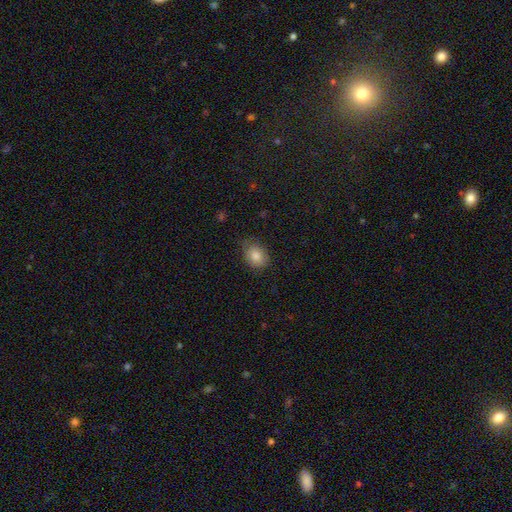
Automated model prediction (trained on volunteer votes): Smooth or featured?
  - smooth: 82% *
  - featured or disk: 9%
  - star or artifact: 9%
How rounded?
  - in between: 59% *
  - round: 40%
  - cigar-shaped: 1%
Merging?
  - none: 75% *
  - minor disturbance: 20%
  - major disturbance: 4%
  - merger: 1%